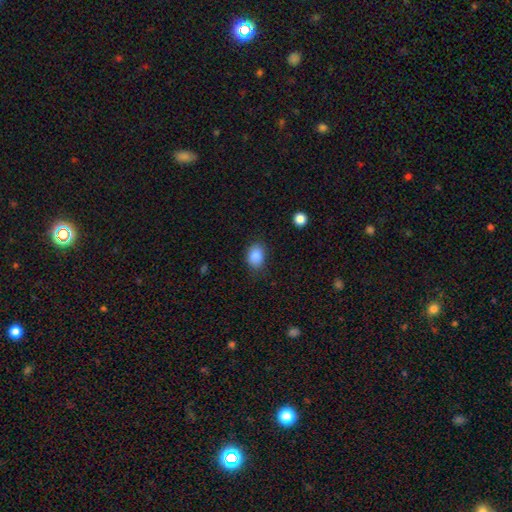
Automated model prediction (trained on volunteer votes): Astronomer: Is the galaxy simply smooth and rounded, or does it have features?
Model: smooth — 87%.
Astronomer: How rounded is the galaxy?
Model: in between — 75%.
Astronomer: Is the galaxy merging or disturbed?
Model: none — 80%.